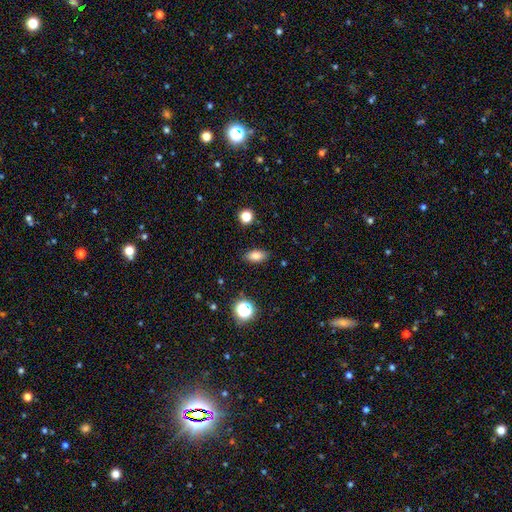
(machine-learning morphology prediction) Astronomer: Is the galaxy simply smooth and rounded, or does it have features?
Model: smooth — 81%.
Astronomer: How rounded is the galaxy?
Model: in between — 86%.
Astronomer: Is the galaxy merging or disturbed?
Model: none — 87%.